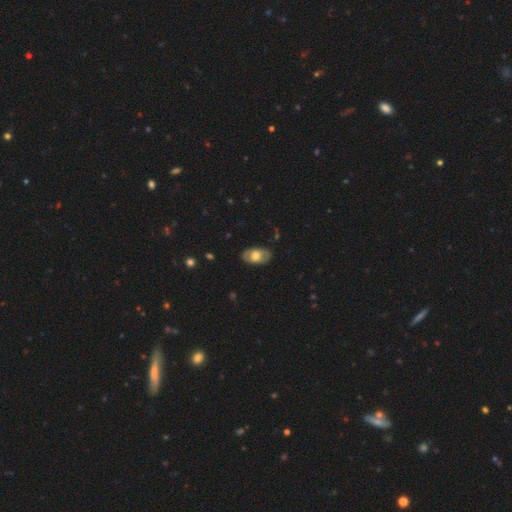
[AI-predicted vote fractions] Morphology: type=smooth (61%); roundness=in between (92%); merging=none (84%).